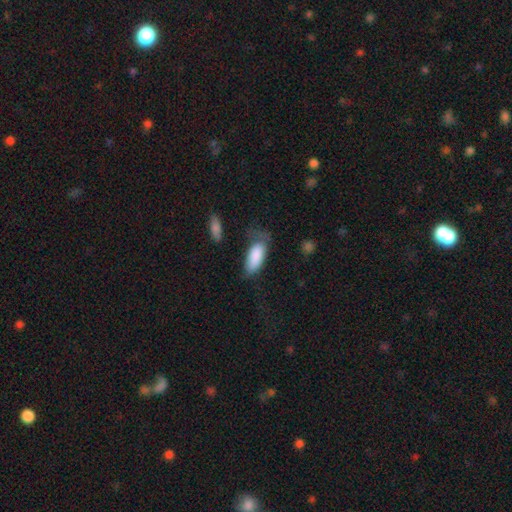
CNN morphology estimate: Smooth or featured?
  - smooth: 86% *
  - featured or disk: 8%
  - star or artifact: 6%
How rounded?
  - in between: 87% *
  - cigar-shaped: 11%
  - round: 2%
Merging?
  - none: 40% *
  - minor disturbance: 32%
  - major disturbance: 23%
  - merger: 5%